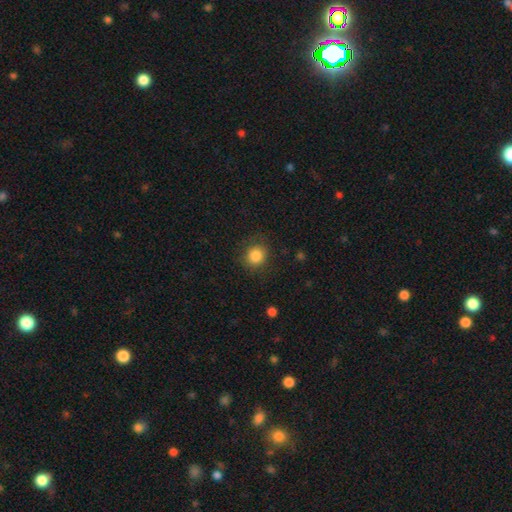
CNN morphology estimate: Overall: smooth (85%). How rounded: round (86%). Merging: none (85%).